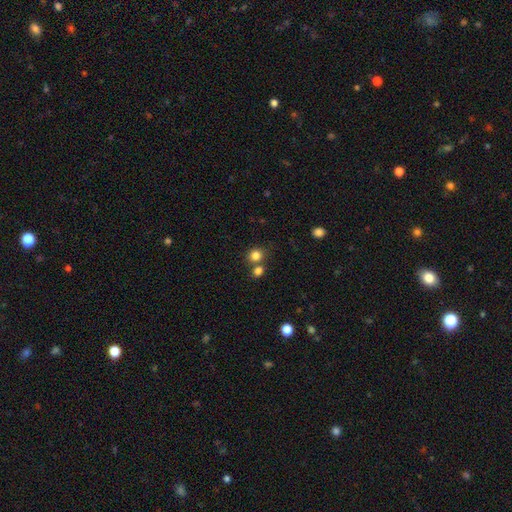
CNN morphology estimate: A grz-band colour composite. It shows a smooth galaxy with no disk features (82%) that is round (80%). Merging: none (61%).